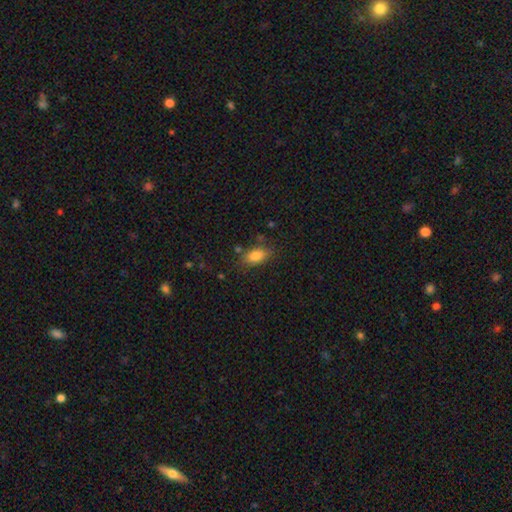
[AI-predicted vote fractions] smooth-or-featured: smooth: 83% | star or artifact: 9% | featured or disk: 8%
  how-rounded: in between: 87% | round: 7% | cigar-shaped: 6%
  merging: none: 75% | minor disturbance: 16% | major disturbance: 5% | merger: 4%